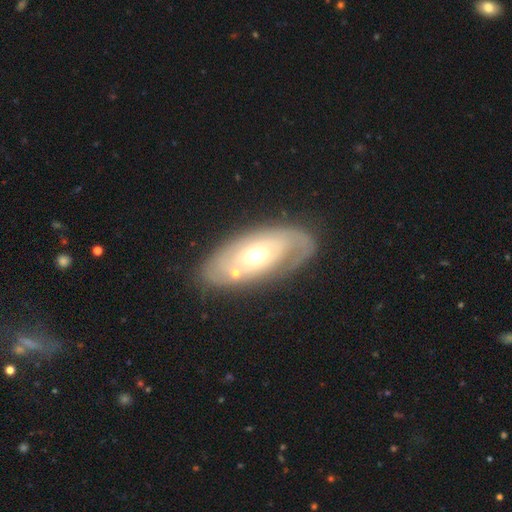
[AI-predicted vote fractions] Smooth or featured: featured or disk — 68% (smooth — 26%)
Edge-on disk: no — 90% (yes — 10%)
Bar: no — 79% (weak — 16%)
Spiral arms: yes — 60% (no — 40%)
Bulge size: moderate — 61% (small — 31%)
Merging: none — 68% (minor disturbance — 16%)